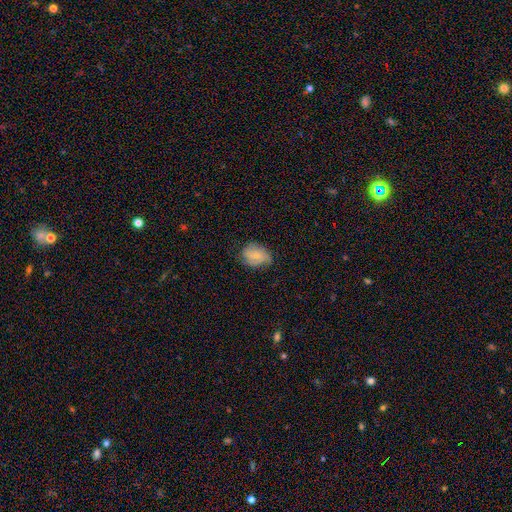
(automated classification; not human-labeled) A smooth galaxy with no disk features (51%) that is in between round and cigar-shaped (57%). Merging: none (62%).